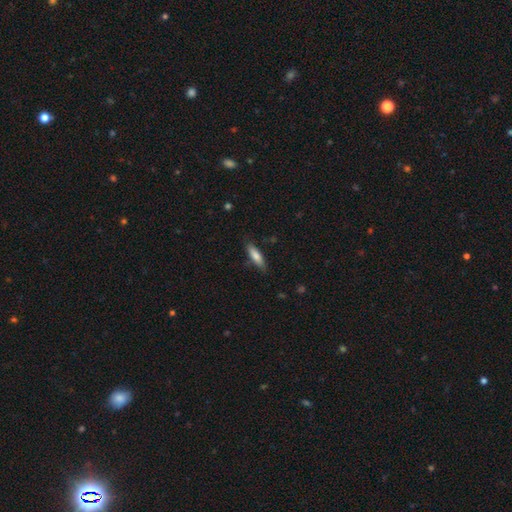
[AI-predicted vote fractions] smooth_or_featured: smooth (p=0.75) [alt: featured or disk p=0.19]
how_rounded: cigar-shaped (p=0.62) [alt: in between p=0.36]
merging: none (p=0.81) [alt: minor disturbance p=0.15]